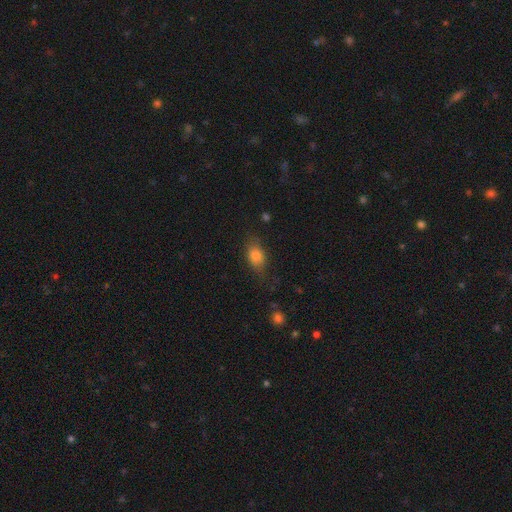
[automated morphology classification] The model was most divided on "merging": none: 71%, minor disturbance: 20%, major disturbance: 7%, merger: 2%. More confident: smooth or featured — smooth (81%); how rounded — in between (78%).